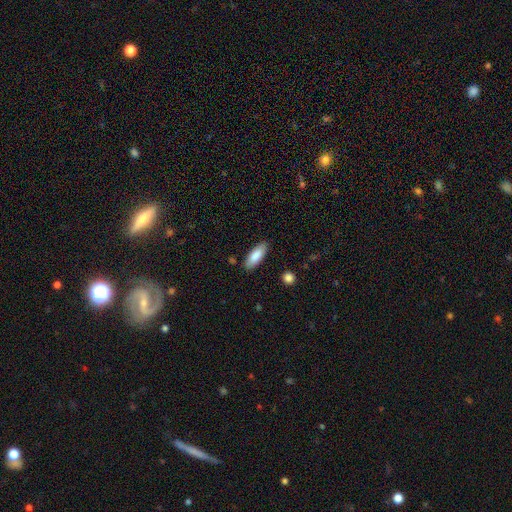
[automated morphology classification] smooth_or_featured: smooth (p=0.86) [alt: featured or disk p=0.08]
how_rounded: in between (p=0.69) [alt: cigar-shaped p=0.29]
merging: none (p=0.86) [alt: minor disturbance p=0.10]